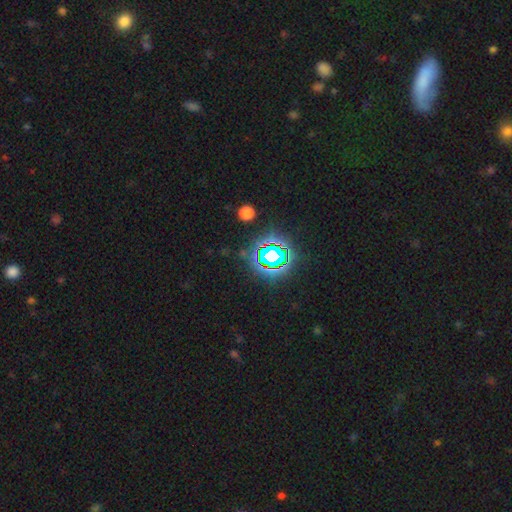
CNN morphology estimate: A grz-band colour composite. It shows a star or artifact, not a galaxy (81%).